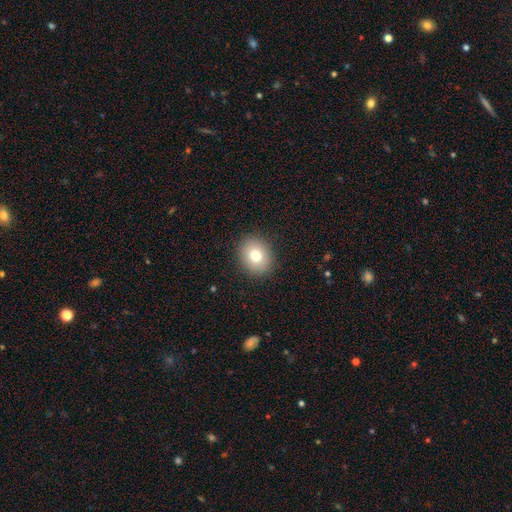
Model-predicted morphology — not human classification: Q: Smooth or featured?
A: smooth (78%); runner-up: featured or disk (12%)
Q: How rounded?
A: round (60%); runner-up: in between (39%)
Q: Merging?
A: none (90%); runner-up: minor disturbance (7%)